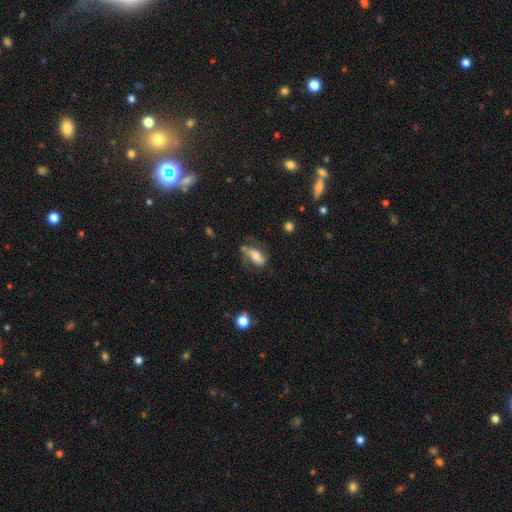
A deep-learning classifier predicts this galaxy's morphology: smooth_or_featured: smooth (p=0.53) [alt: featured or disk p=0.39]
how_rounded: in between (p=0.82) [alt: cigar-shaped p=0.12]
merging: none (p=0.52) [alt: minor disturbance p=0.27]